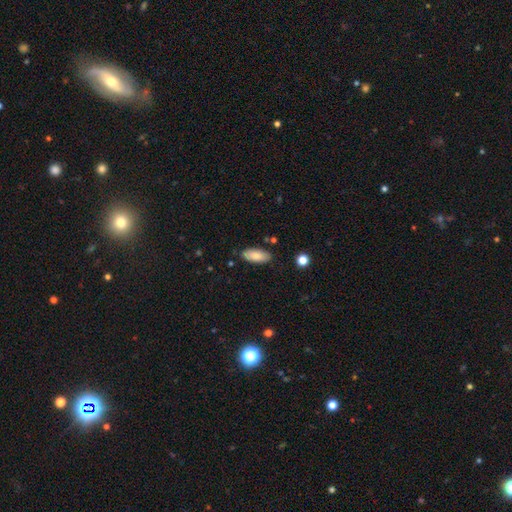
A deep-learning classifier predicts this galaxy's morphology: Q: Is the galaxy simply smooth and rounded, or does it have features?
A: smooth — 80%.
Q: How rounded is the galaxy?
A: in between — 86%.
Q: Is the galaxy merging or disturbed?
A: none — 83%.